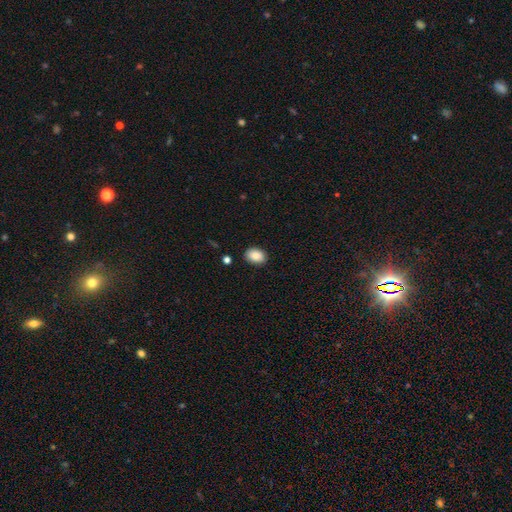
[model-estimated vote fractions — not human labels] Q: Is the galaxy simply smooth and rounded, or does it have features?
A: smooth — 87%.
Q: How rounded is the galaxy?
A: in between — 70%.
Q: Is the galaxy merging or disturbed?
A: none — 87%.